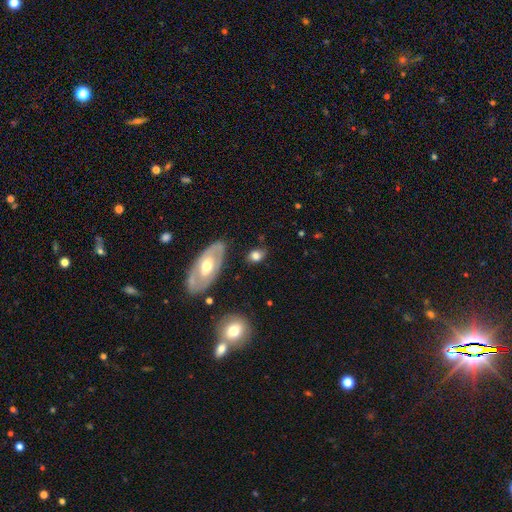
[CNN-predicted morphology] Q: Smooth or featured?
A: smooth (66%); runner-up: featured or disk (25%)
Q: How rounded?
A: in between (69%); runner-up: round (28%)
Q: Merging?
A: none (72%); runner-up: minor disturbance (18%)